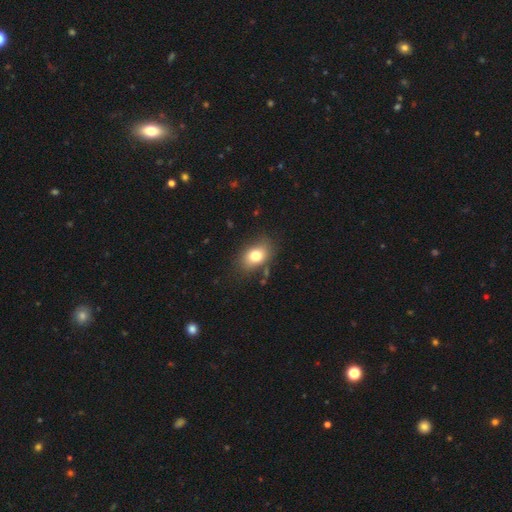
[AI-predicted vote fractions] A smooth galaxy with no disk features (77%) that is in between round and cigar-shaped (76%).

Vote fractions:
- Smooth or featured? smooth: 77% / featured or disk: 13% / star or artifact: 10%
- How rounded? in between: 76% / round: 22% / cigar-shaped: 1%
- Merging? none: 77% / minor disturbance: 16% / major disturbance: 5% / merger: 3%